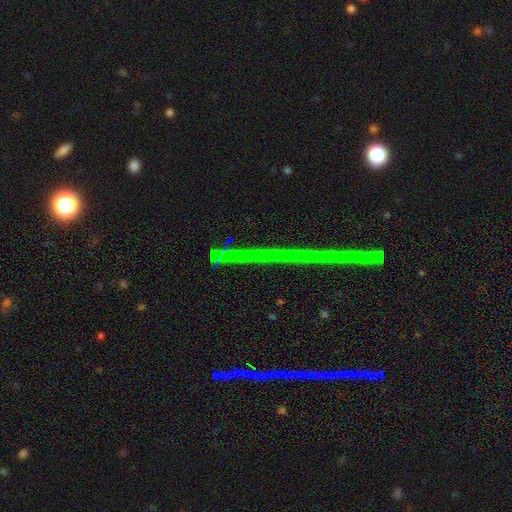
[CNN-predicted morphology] A star or artifact, not a galaxy (80%).

Vote fractions:
- Smooth or featured? star or artifact: 80% / featured or disk: 14% / smooth: 7%